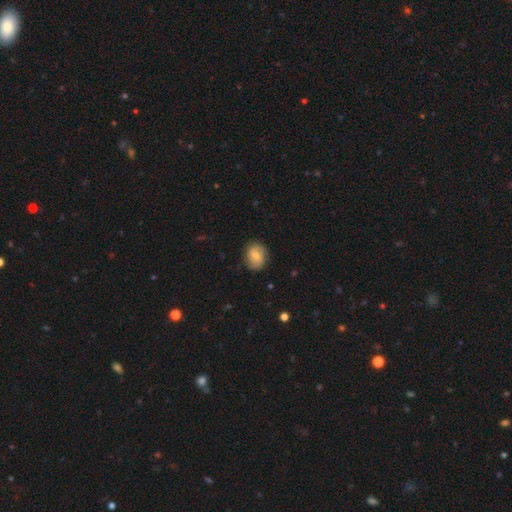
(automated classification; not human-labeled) The model was most divided on "how rounded": in between: 53%, round: 46%, cigar-shaped: 1%. More confident: merging — none (82%); smooth or featured — smooth (64%).